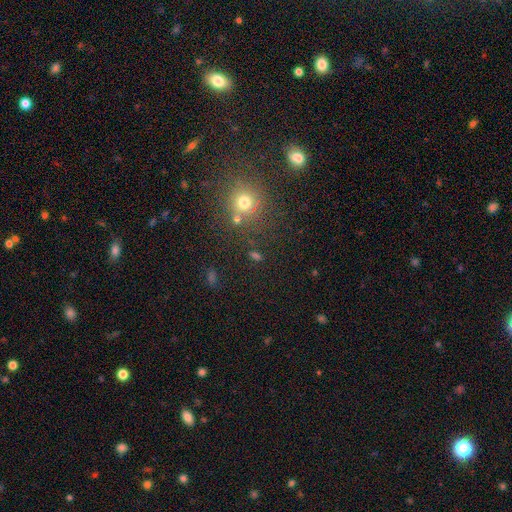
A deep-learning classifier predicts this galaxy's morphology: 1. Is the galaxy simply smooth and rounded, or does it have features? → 52% smooth, 37% star or artifact, 10% featured or disk.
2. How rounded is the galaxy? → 60% round, 36% in between, 4% cigar-shaped.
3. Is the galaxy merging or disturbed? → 77% none, 9% minor disturbance, 9% merger, 5% major disturbance.